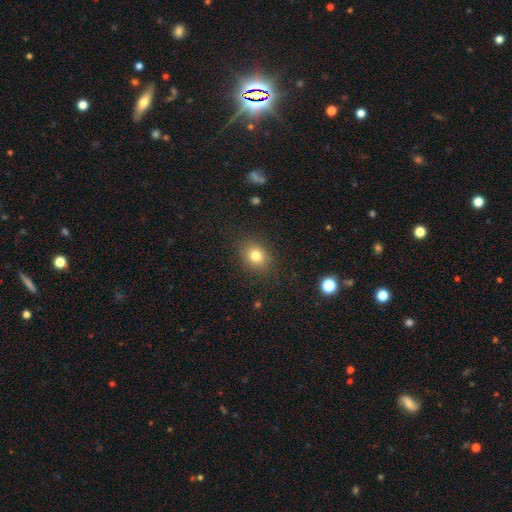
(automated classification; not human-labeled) smooth-or-featured: smooth: 79% | star or artifact: 12% | featured or disk: 9%
  how-rounded: round: 59% | in between: 41% | cigar-shaped: 1%
  merging: none: 86% | minor disturbance: 9% | major disturbance: 3% | merger: 1%